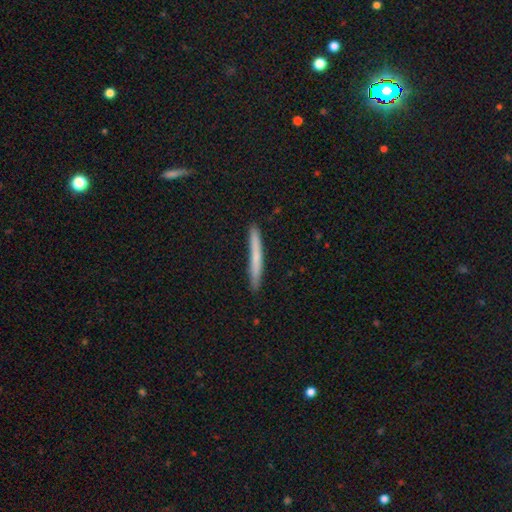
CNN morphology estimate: This is likely a smooth galaxy (61%). How rounded: clearly cigar-shaped (97%). Merging: clearly none (90%).